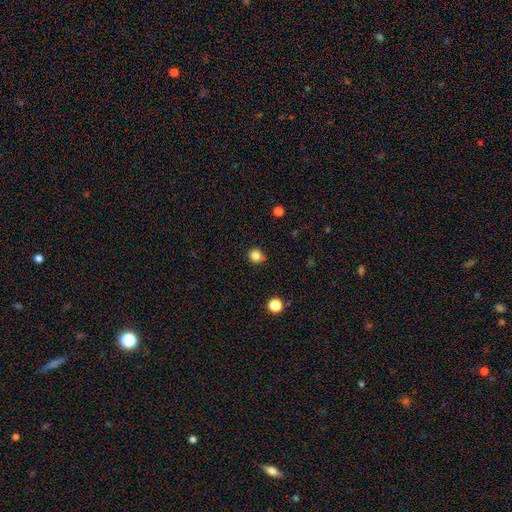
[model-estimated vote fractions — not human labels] This is clearly a smooth galaxy (83%). How rounded: clearly round (90%). Merging: likely none (78%).